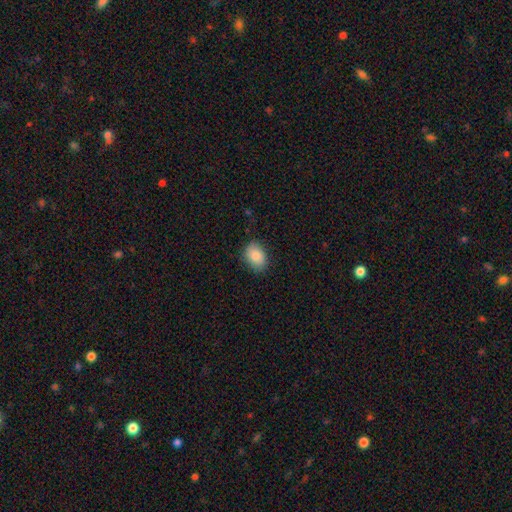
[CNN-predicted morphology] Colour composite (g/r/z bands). It shows a smooth galaxy with no disk features (86%) that is in between round and cigar-shaped (71%). Merging: none (82%).